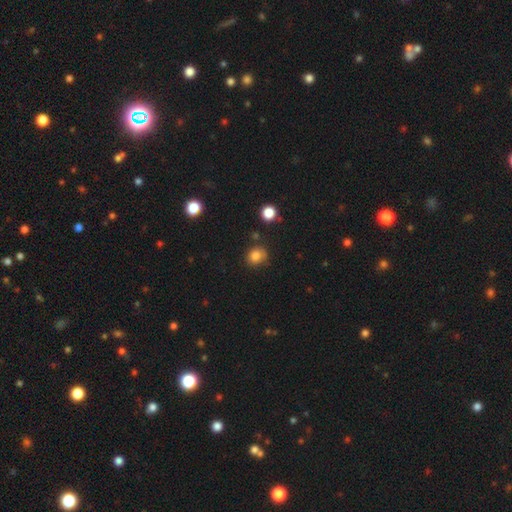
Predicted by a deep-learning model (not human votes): Smooth or featured? Predicted: smooth (p=0.81). How rounded? Predicted: round (p=0.77). Merging? Predicted: none (p=0.72).